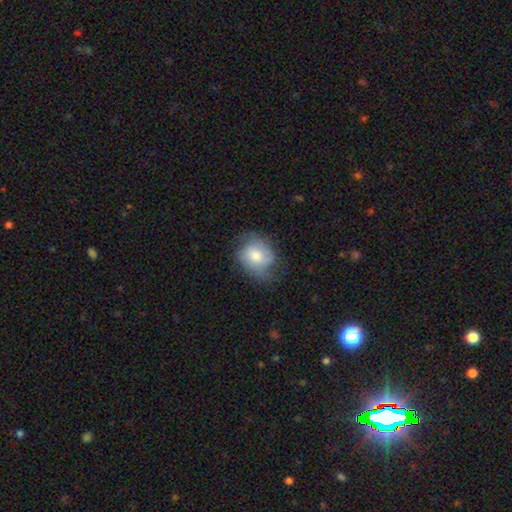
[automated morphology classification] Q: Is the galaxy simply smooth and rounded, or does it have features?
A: smooth — 54%.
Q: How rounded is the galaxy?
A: round — 52%.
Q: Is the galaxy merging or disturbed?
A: none — 56%.